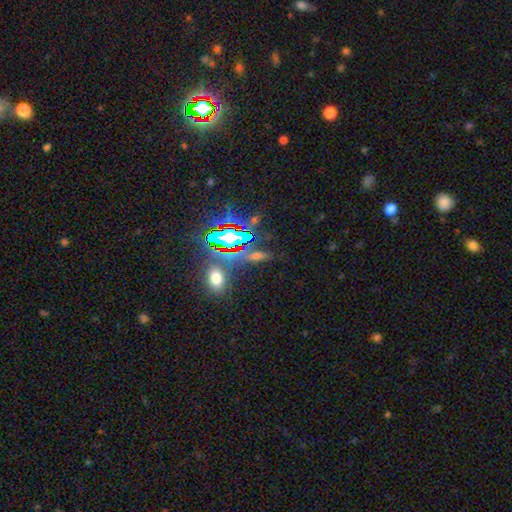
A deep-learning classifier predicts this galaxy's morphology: A star or artifact, not a galaxy (45%).

Vote fractions:
- Smooth or featured? star or artifact: 45% / smooth: 32% / featured or disk: 23%